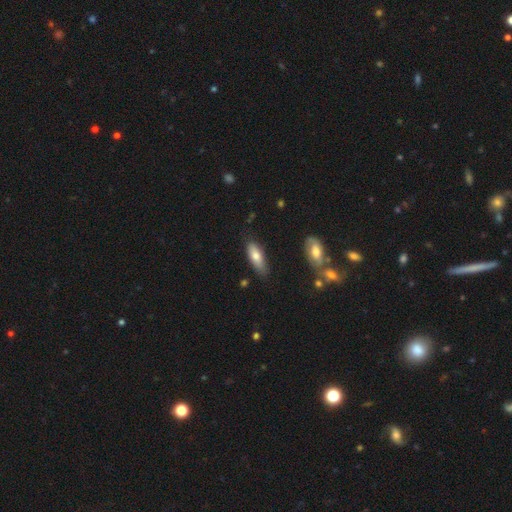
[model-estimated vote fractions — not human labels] Smooth or featured? smooth (73%)
How rounded? in between (66%)
Merging? none (74%)